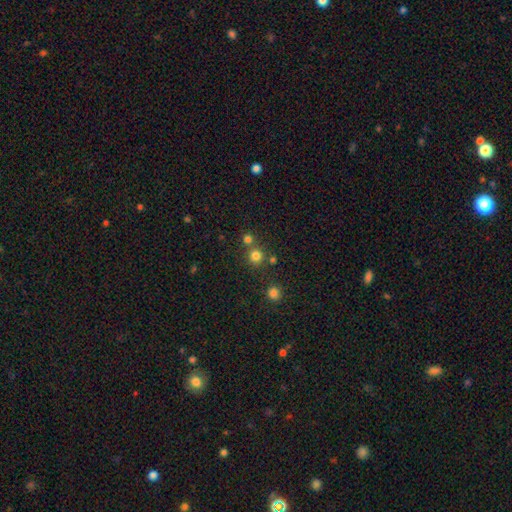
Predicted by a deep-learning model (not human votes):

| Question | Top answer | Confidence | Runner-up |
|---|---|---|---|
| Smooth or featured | smooth | 77% | star or artifact (17%) |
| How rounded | round | 93% | in between (6%) |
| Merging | none | 73% | merger (19%) |